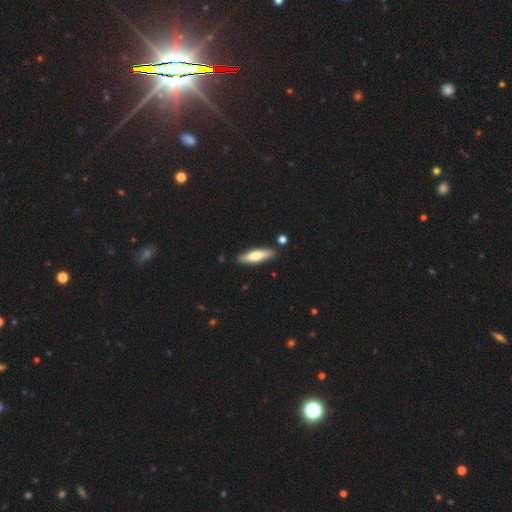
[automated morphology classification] Smooth or featured? smooth (59%)
How rounded? cigar-shaped (73%)
Merging? none (86%)